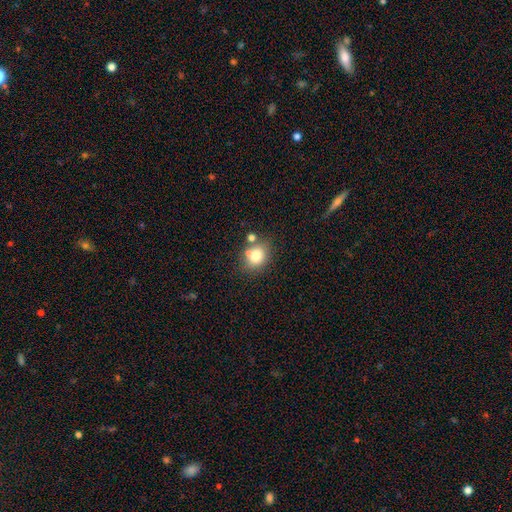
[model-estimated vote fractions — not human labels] smooth 76%, featured or disk 13%, star or artifact 12%. Down the decision tree: how rounded — round (55%); merging — none (65%).